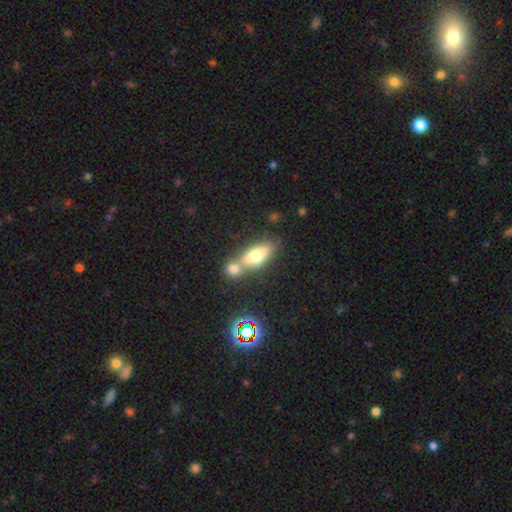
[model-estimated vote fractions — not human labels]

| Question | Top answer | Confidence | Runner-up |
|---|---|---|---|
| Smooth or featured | smooth | 71% | featured or disk (19%) |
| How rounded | in between | 75% | cigar-shaped (20%) |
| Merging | merger | 44% | none (42%) |